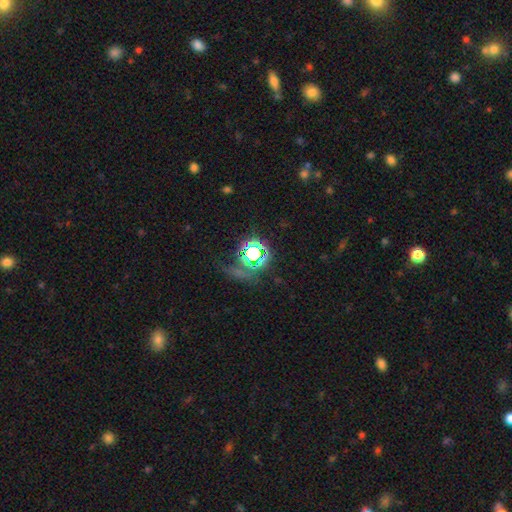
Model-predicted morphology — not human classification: Smooth or featured? star or artifact (68%)